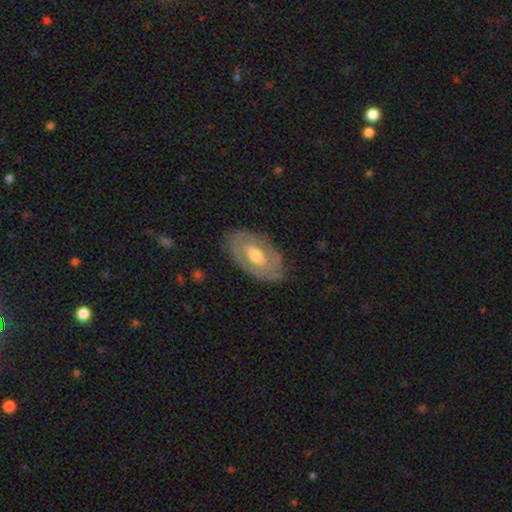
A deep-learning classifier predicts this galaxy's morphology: Smooth or featured? Predicted: featured or disk (p=0.59). Edge-on disk? Predicted: no (p=0.90). Bar? Predicted: no (p=0.62). Spiral arms? Predicted: no (p=0.72). Bulge size? Predicted: moderate (p=0.71). Merging? Predicted: none (p=0.80).